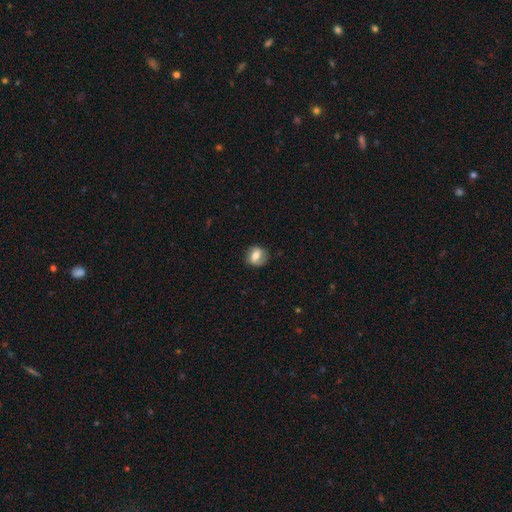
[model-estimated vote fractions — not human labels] A smooth galaxy with no disk features (62%) that is round (69%).

Vote fractions:
- Smooth or featured? smooth: 62% / featured or disk: 29% / star or artifact: 9%
- How rounded? round: 69% / in between: 30% / cigar-shaped: 1%
- Merging? none: 77% / minor disturbance: 16% / major disturbance: 5% / merger: 1%